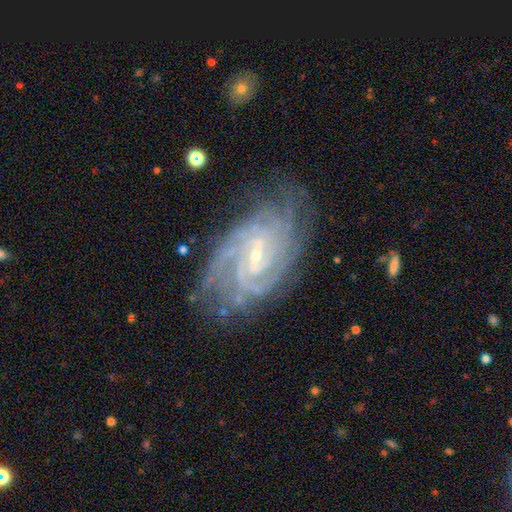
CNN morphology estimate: smooth_or_featured: featured or disk (p=0.90) [alt: star or artifact p=0.06]
disk_edge_on: no (p=0.97) [alt: yes p=0.03]
bar: weak (p=0.49) [alt: strong p=0.26]
has_spiral_arms: yes (p=0.98) [alt: no p=0.02]
spiral_winding: tight (p=0.72) [alt: medium p=0.24]
spiral_arm_count: 4 (p=0.26) [alt: can't tell p=0.23]
bulge_size: small (p=0.80) [alt: moderate p=0.15]
merging: none (p=0.73) [alt: minor disturbance p=0.19]